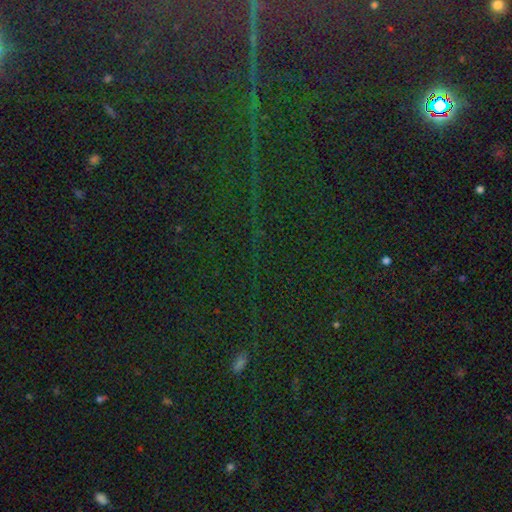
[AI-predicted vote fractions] Overall: star or artifact (85%).